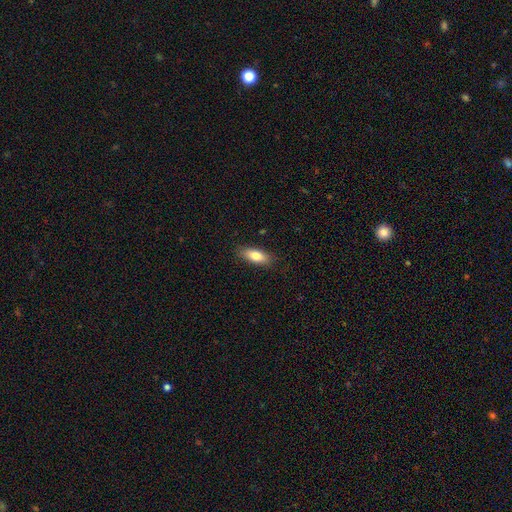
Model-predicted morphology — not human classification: A smooth galaxy with no disk features (81%) that is in between round and cigar-shaped (74%). Merging: none (86%).